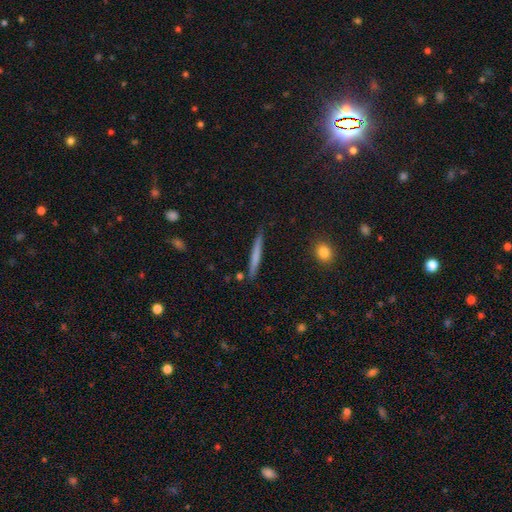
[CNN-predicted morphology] A smooth galaxy with no disk features (64%) that is cigar-shaped (96%). Merging: none (86%).